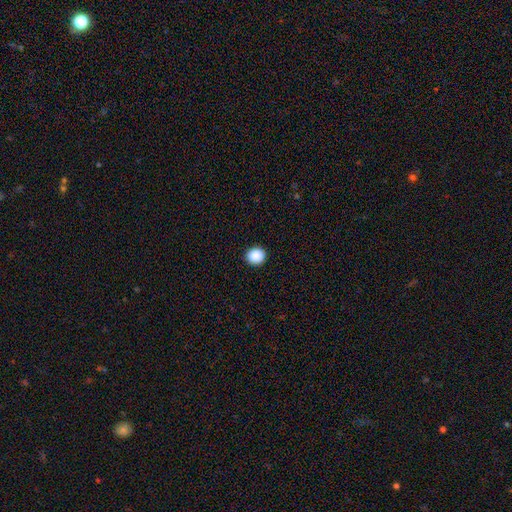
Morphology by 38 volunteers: type=smooth (89%); roundness=round (91%); merging=none (92%).